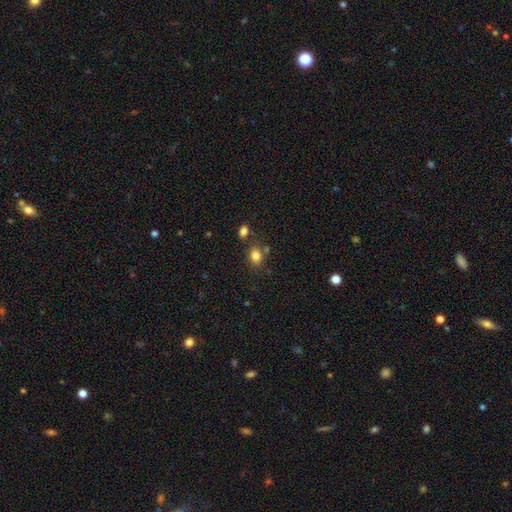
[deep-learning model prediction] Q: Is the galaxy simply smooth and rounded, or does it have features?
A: smooth — 83%.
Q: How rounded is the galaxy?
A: in between — 57%.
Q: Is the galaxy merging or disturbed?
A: none — 70%.